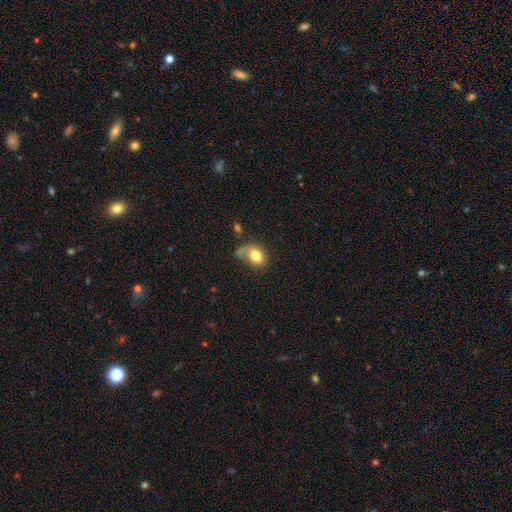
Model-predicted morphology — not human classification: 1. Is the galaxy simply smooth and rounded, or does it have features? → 78% smooth, 13% featured or disk, 9% star or artifact.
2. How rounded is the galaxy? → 71% in between, 28% round, 1% cigar-shaped.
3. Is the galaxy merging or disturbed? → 42% none, 27% minor disturbance, 18% major disturbance, 13% merger.